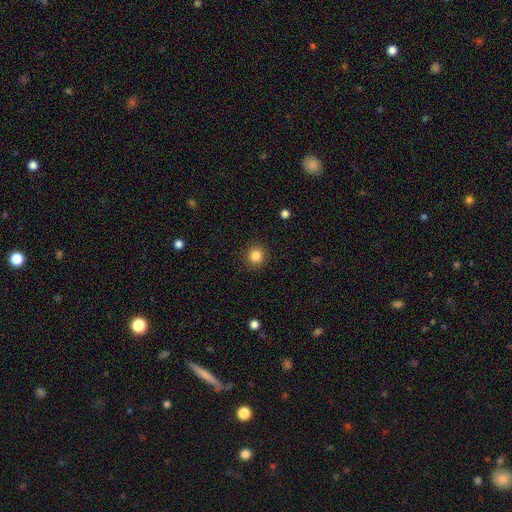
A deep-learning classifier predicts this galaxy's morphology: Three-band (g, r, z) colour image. It shows a smooth galaxy with no disk features (85%) that is round (92%). Merging: none (89%).